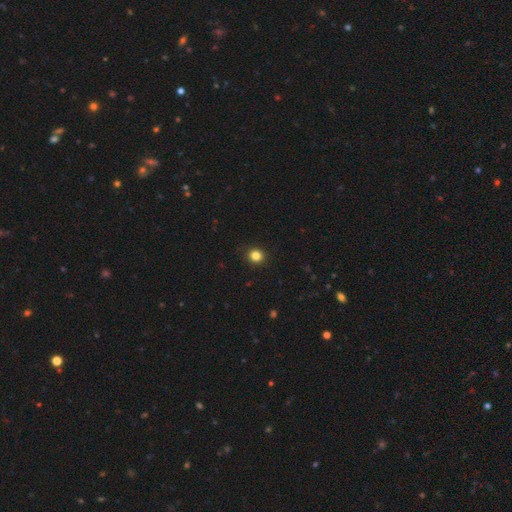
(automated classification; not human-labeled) smooth 83%, star or artifact 13%, featured or disk 4%. Down the decision tree: how rounded — round (86%); merging — none (90%).